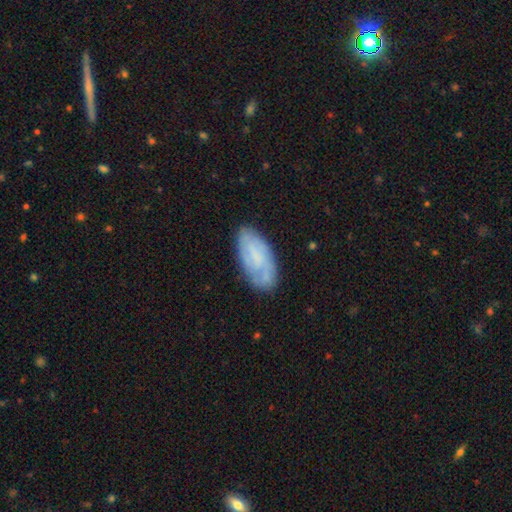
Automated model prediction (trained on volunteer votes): Smooth or featured? smooth (47%)
Merging? none (75%)